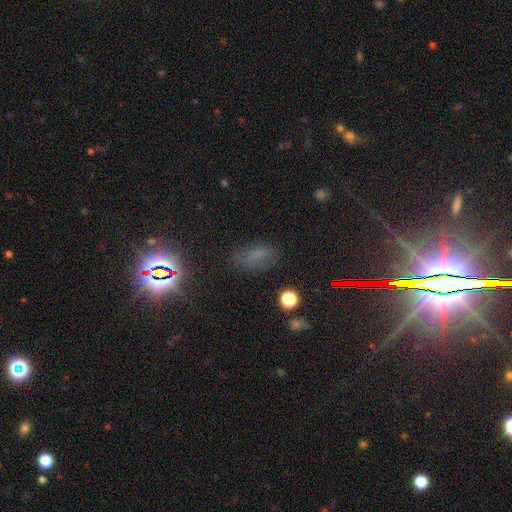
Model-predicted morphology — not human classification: smooth_or_featured: smooth (p=0.56) [alt: star or artifact p=0.32]
how_rounded: in between (p=0.85) [alt: round p=0.09]
merging: none (p=0.72) [alt: minor disturbance p=0.18]